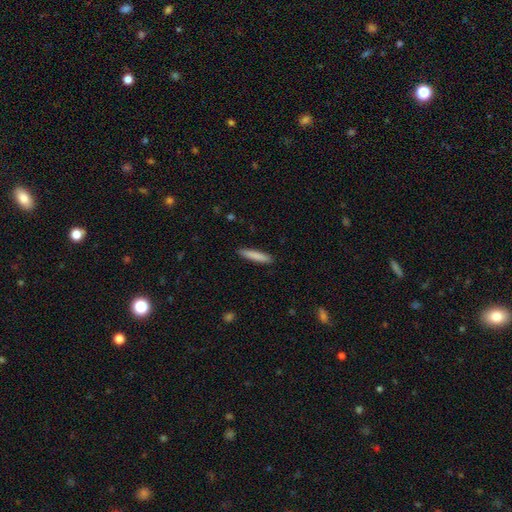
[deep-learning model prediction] A smooth galaxy with no disk features (85%) that is cigar-shaped (89%).

Vote fractions:
- Smooth or featured? smooth: 85% / featured or disk: 10% / star or artifact: 6%
- How rounded? cigar-shaped: 89% / in between: 9% / round: 1%
- Merging? none: 90% / minor disturbance: 7% / major disturbance: 2% / merger: 1%